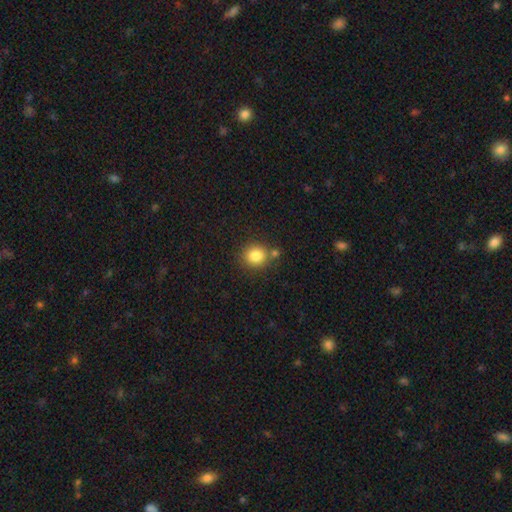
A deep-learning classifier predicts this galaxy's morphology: Smooth or featured? Predicted: smooth (p=0.84). How rounded? Predicted: round (p=0.84). Merging? Predicted: none (p=0.72).